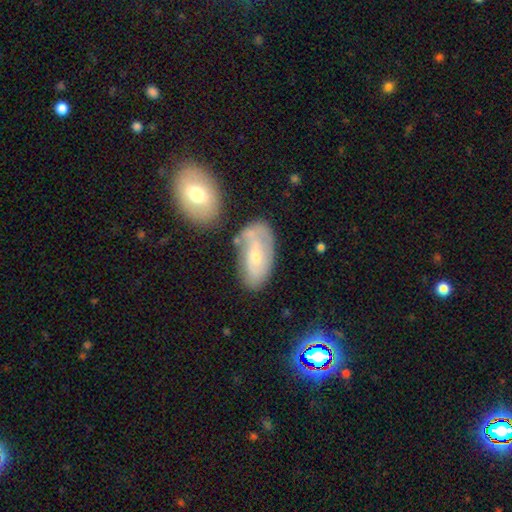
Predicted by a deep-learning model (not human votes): smooth_or_featured: featured or disk (p=0.52) [alt: smooth p=0.40]
disk_edge_on: no (p=0.91) [alt: yes p=0.09]
merging: none (p=0.53) [alt: minor disturbance p=0.24]